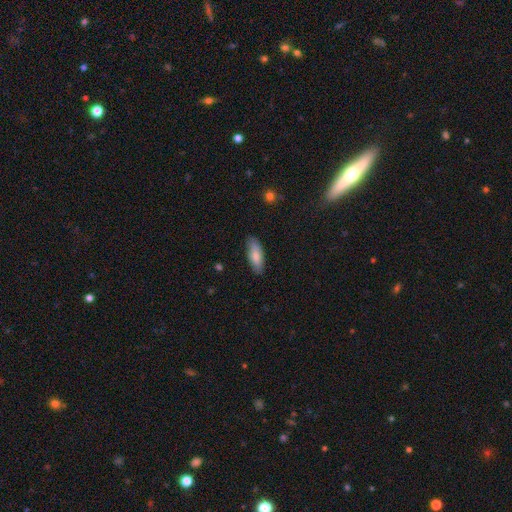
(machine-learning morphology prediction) A smooth galaxy with no disk features (80%) that is in between round and cigar-shaped (67%).

Vote fractions:
- Smooth or featured? smooth: 80% / featured or disk: 15% / star or artifact: 6%
- How rounded? in between: 67% / cigar-shaped: 32% / round: 2%
- Merging? none: 83% / minor disturbance: 14% / major disturbance: 2% / merger: 1%